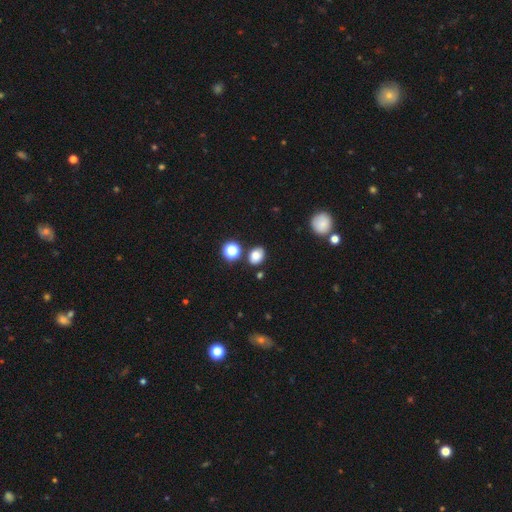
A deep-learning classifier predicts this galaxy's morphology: smooth 79%, star or artifact 14%, featured or disk 7%. Down the decision tree: how rounded — in between (64%); merging — none (77%).